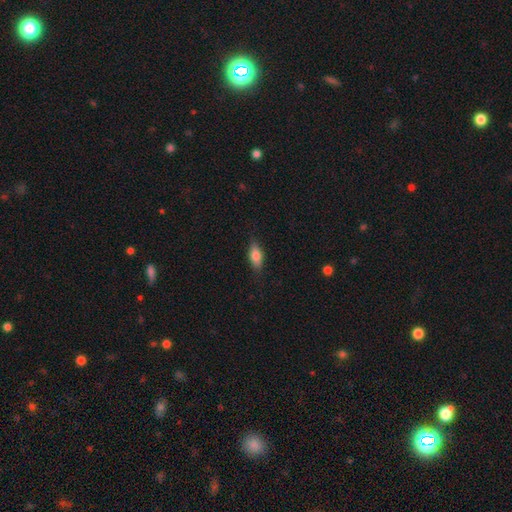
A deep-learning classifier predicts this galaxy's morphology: This appears to be a smooth galaxy with no disk features (72%) that is in between round and cigar-shaped (75%). Merging: none (83%).